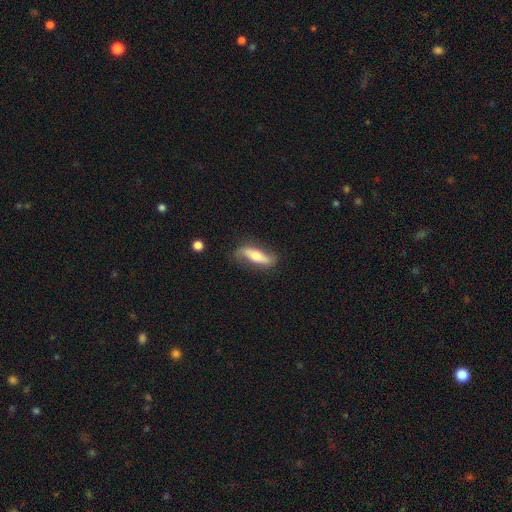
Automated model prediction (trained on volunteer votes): This is possibly a featured or disk galaxy (49%). Merging: likely none (74%).